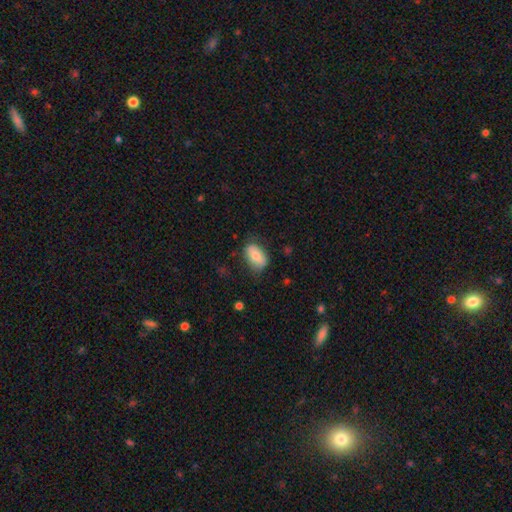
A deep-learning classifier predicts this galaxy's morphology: This appears to be a smooth galaxy with no disk features (75%) that is in between round and cigar-shaped (90%). Merging: none (71%).